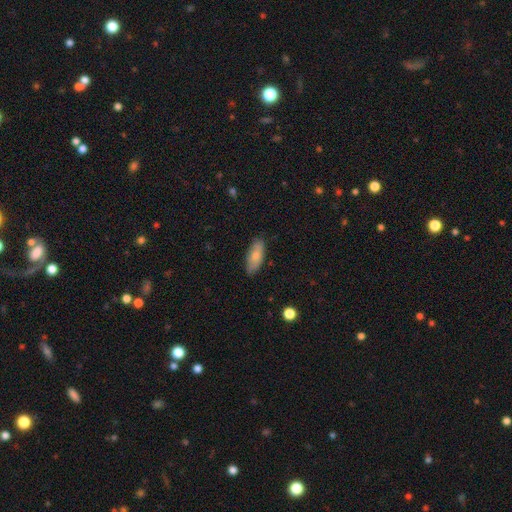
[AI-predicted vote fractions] Smooth or featured?
  - smooth: 74% *
  - featured or disk: 20%
  - star or artifact: 6%
How rounded?
  - in between: 82% *
  - cigar-shaped: 16%
  - round: 2%
Merging?
  - none: 81% *
  - minor disturbance: 15%
  - major disturbance: 3%
  - merger: 1%